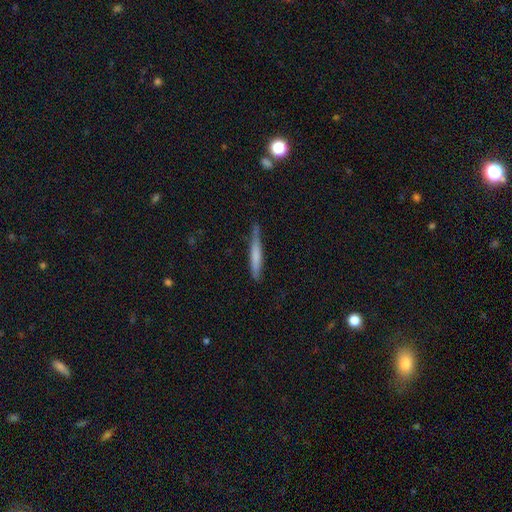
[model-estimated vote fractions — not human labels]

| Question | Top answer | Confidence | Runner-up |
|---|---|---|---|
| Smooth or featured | smooth | 60% | featured or disk (34%) |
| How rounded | cigar-shaped | 95% | in between (4%) |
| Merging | none | 73% | minor disturbance (22%) |